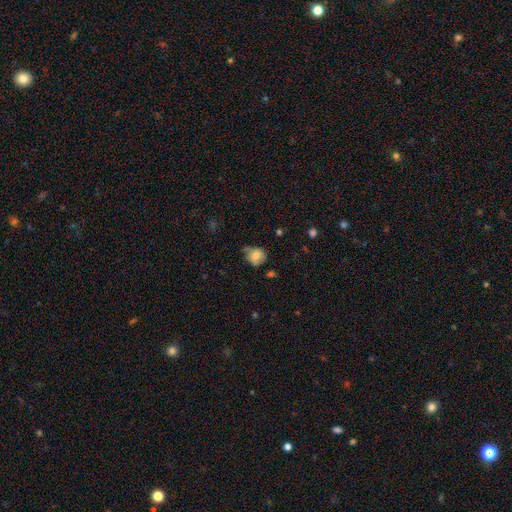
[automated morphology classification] Q: Smooth or featured?
A: smooth (72%); runner-up: featured or disk (18%)
Q: How rounded?
A: round (68%); runner-up: in between (31%)
Q: Merging?
A: none (48%); runner-up: minor disturbance (37%)